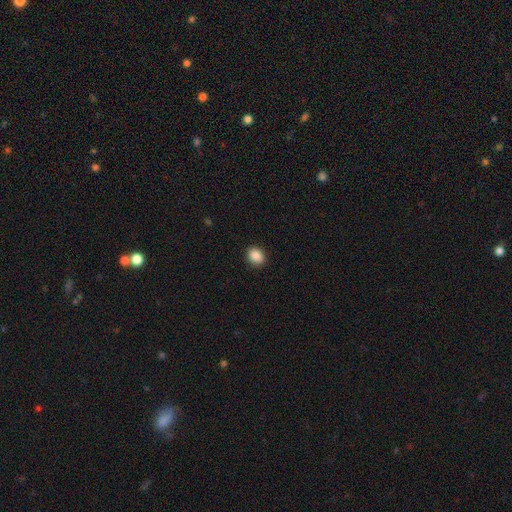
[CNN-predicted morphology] smooth_or_featured: smooth (p=0.89) [alt: star or artifact p=0.08]
how_rounded: round (p=0.50) [alt: in between p=0.49]
merging: none (p=0.90) [alt: minor disturbance p=0.07]